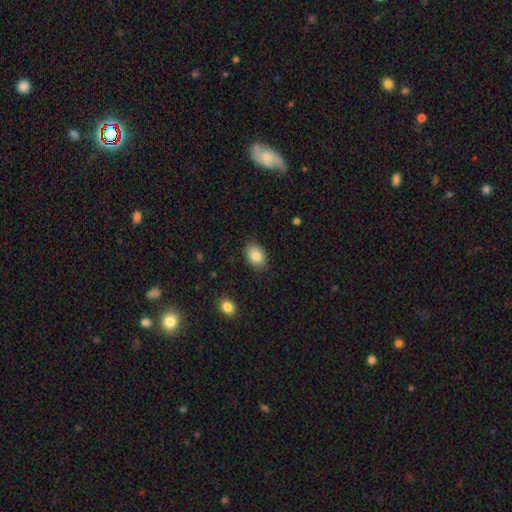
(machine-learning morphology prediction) type=smooth (85%); roundness=in between (81%); merging=none (85%).